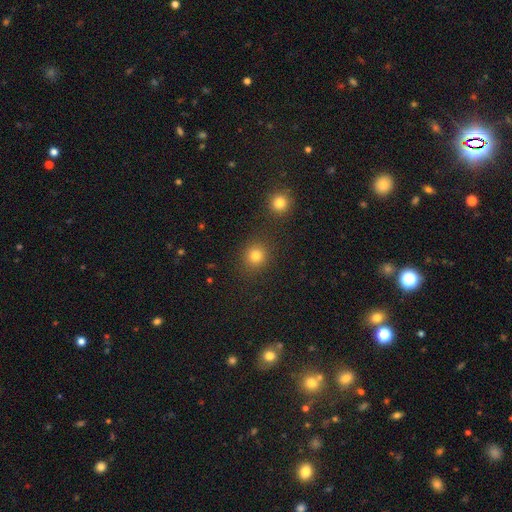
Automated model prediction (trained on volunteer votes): Smooth or featured?
  - smooth: 80% *
  - star or artifact: 15%
  - featured or disk: 5%
How rounded?
  - round: 88% *
  - in between: 11%
  - cigar-shaped: 1%
Merging?
  - none: 85% *
  - minor disturbance: 7%
  - merger: 5%
  - major disturbance: 3%